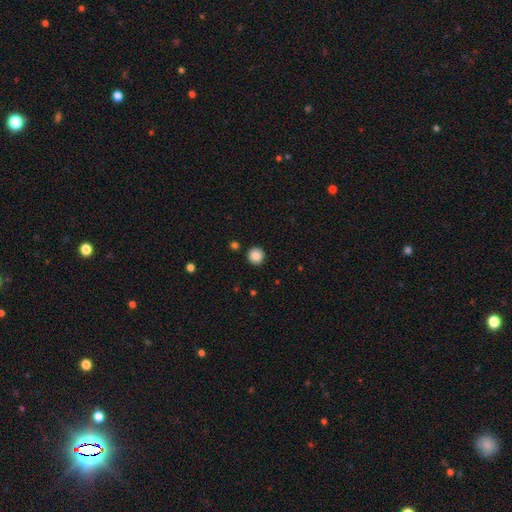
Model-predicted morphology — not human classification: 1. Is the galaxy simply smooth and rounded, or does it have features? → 87% smooth, 9% star or artifact, 4% featured or disk.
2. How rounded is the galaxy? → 94% round, 5% in between, 1% cigar-shaped.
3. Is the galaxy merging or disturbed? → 91% none, 5% minor disturbance, 2% merger, 2% major disturbance.